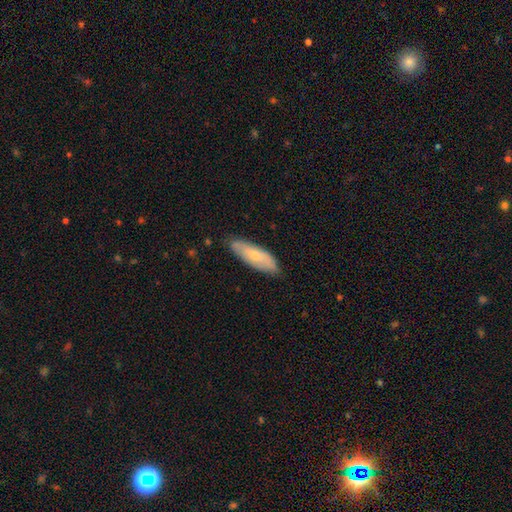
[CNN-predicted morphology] Q: Smooth or featured?
A: smooth (60%); runner-up: featured or disk (35%)
Q: How rounded?
A: in between (56%); runner-up: cigar-shaped (42%)
Q: Merging?
A: none (80%); runner-up: minor disturbance (17%)